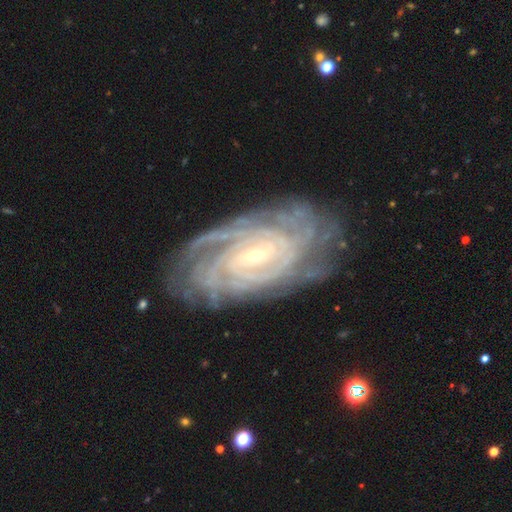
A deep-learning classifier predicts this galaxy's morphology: Smooth or featured: featured or disk — 91% (star or artifact — 5%)
Edge-on disk: no — 96% (yes — 4%)
Bar: weak — 45% (no — 29%)
Spiral arms: yes — 98% (no — 2%)
Spiral winding: tight — 81% (medium — 16%)
Spiral arm count: 4 — 26% (can't tell — 22%)
Bulge size: small — 80% (moderate — 16%)
Merging: none — 76% (minor disturbance — 17%)